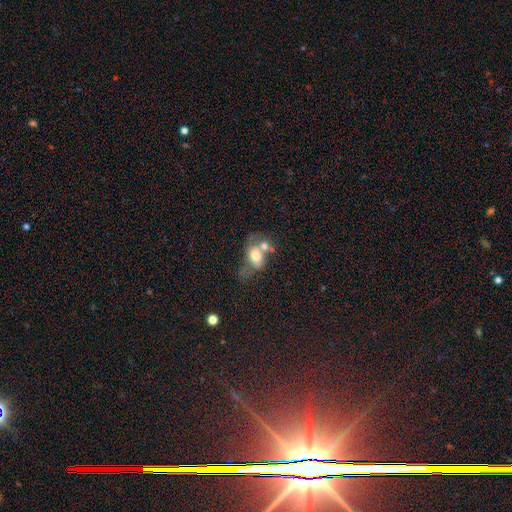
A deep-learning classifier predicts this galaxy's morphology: A smooth galaxy with no disk features (61%) that is in between round and cigar-shaped (74%). Merging: merger (55%).